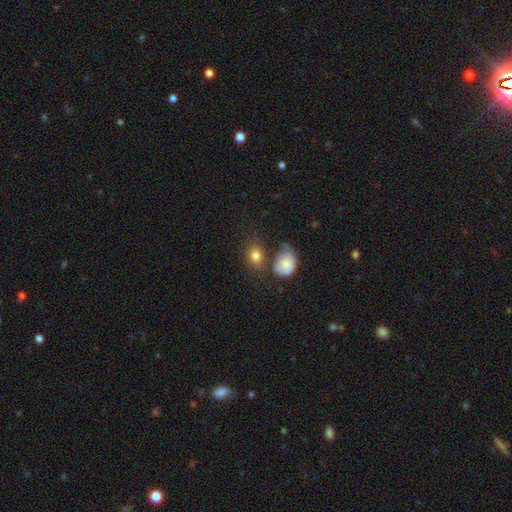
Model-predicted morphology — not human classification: Smooth or featured? smooth (81%)
How rounded? in between (62%)
Merging? none (58%)